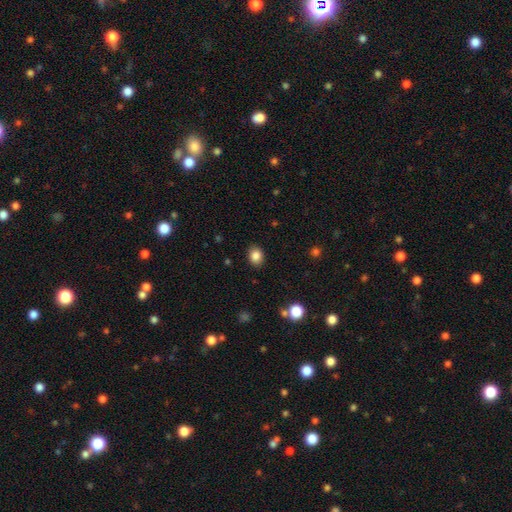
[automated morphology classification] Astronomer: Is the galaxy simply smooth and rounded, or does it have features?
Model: smooth — 86%.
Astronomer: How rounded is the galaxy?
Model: in between — 52% (runner-up: round, 47%).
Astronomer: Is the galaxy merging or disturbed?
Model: none — 88%.